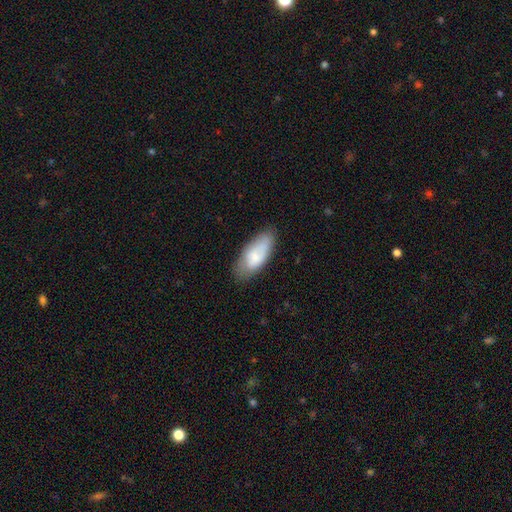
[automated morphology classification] Smooth or featured? Predicted: smooth (p=0.72). How rounded? Predicted: in between (p=0.84). Merging? Predicted: none (p=0.69).